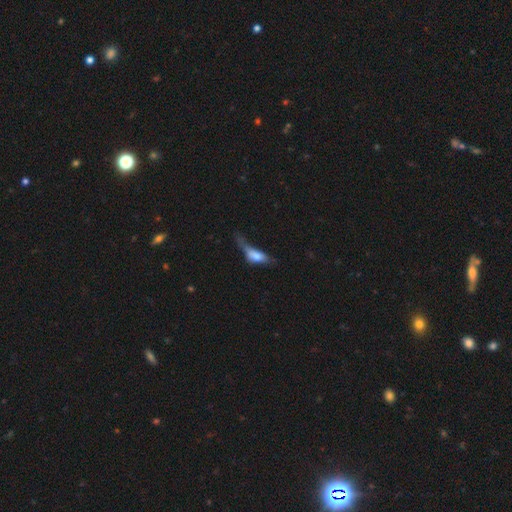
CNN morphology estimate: Smooth or featured: smooth — 64% (featured or disk — 27%)
How rounded: in between — 69% (cigar-shaped — 26%)
Merging: major disturbance — 50% (minor disturbance — 24%)